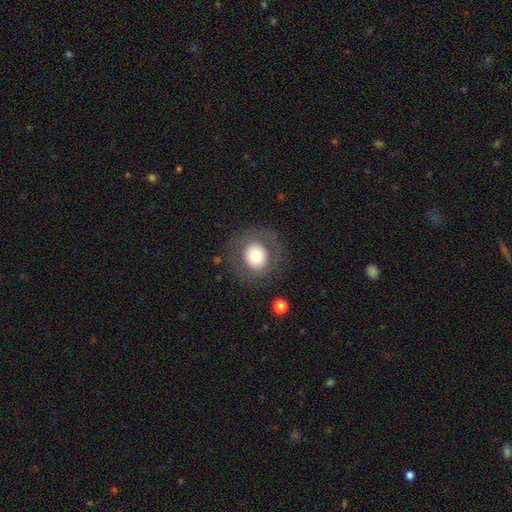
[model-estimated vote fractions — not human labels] Smooth or featured?
  - smooth: 67% *
  - featured or disk: 23%
  - star or artifact: 10%
How rounded?
  - round: 88% *
  - in between: 11%
  - cigar-shaped: 1%
Merging?
  - none: 82% *
  - minor disturbance: 9%
  - major disturbance: 7%
  - merger: 1%